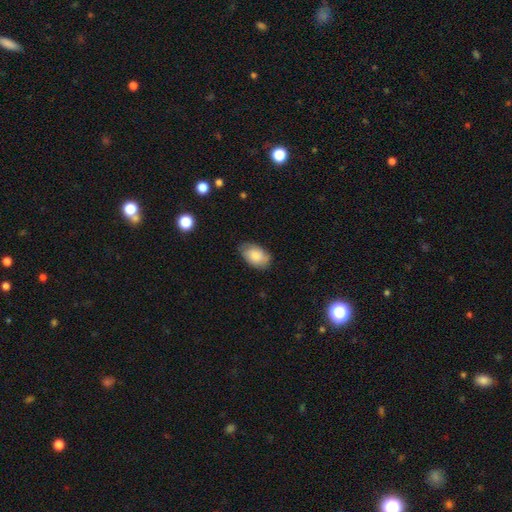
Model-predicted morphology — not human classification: This appears to be a smooth galaxy with no disk features (80%) that is in between round and cigar-shaped (91%). Merging: none (72%).